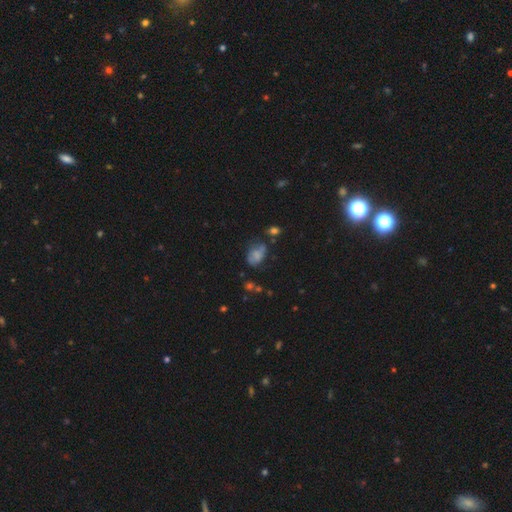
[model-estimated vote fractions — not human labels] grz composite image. It shows a smooth galaxy with no disk features (51%) that is in between round and cigar-shaped (79%). Merging: none (50%).